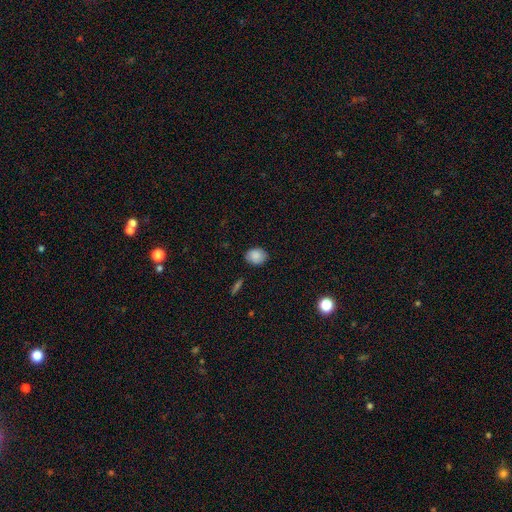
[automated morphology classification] smooth_or_featured: smooth (p=0.85) [alt: star or artifact p=0.08]
how_rounded: in between (p=0.50) [alt: round p=0.49]
merging: none (p=0.83) [alt: minor disturbance p=0.13]